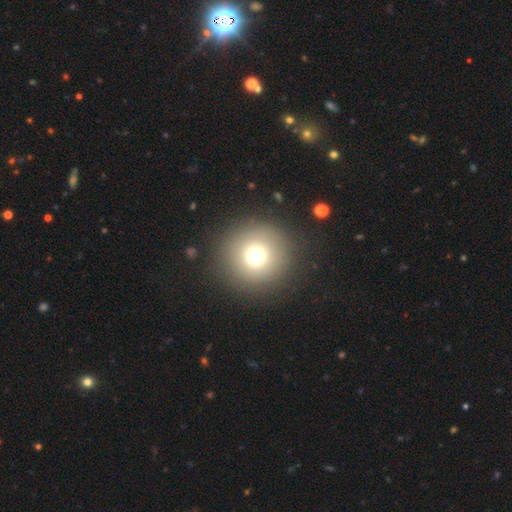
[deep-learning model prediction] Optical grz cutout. It shows a smooth galaxy with no disk features (74%) that is round (96%). Merging: none (89%).